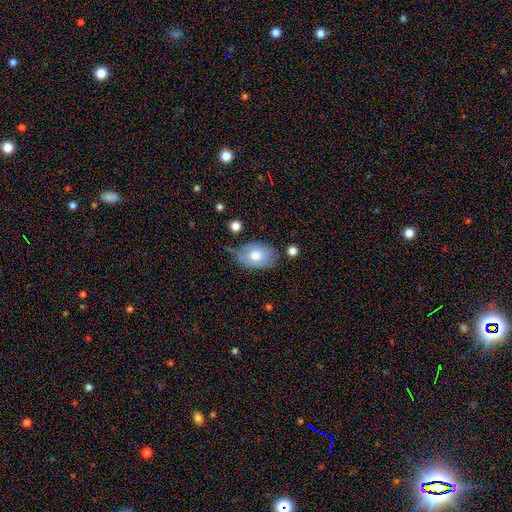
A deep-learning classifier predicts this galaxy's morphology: A smooth galaxy with no disk features (71%) that is in between round and cigar-shaped (81%). Merging: none (60%).